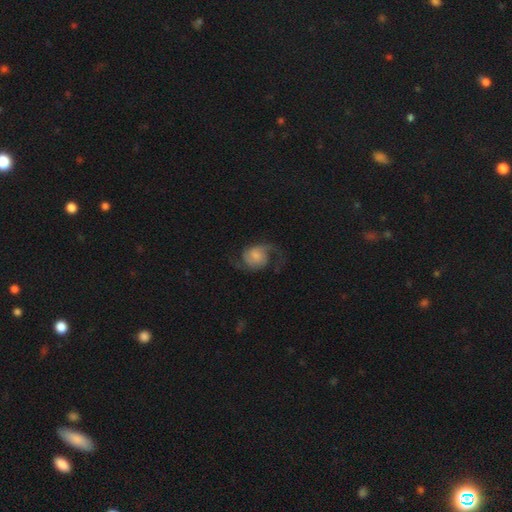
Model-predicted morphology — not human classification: This is likely a featured or disk galaxy (79%). It is clearly not viewed edge-on (98%). Bar: possibly no (59%). Spiral arm pattern: clearly yes (96%). Spiral arm count: clearly 2 (91%). Spiral winding: possibly loose (47%). Central bulge: marginally small (42%). Merging: likely none (65%).